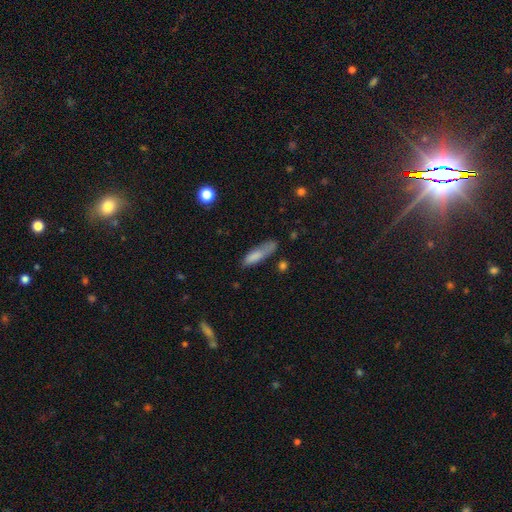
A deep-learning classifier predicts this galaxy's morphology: This appears to be a smooth galaxy with no disk features (79%) that is cigar-shaped (64%). Merging: none (54%).